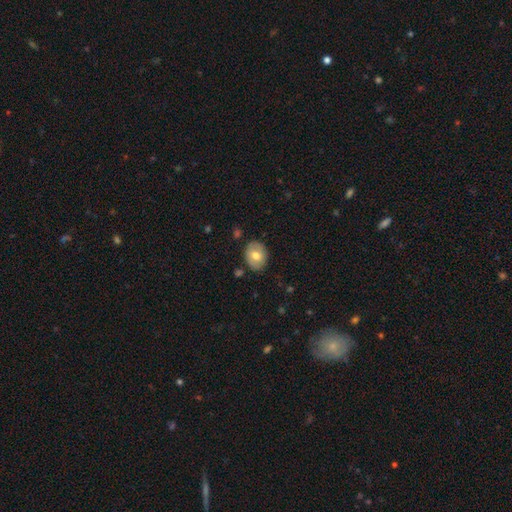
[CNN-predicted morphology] Smooth or featured: smooth — 69% (featured or disk — 23%)
How rounded: in between — 58% (round — 41%)
Merging: none — 84% (minor disturbance — 12%)